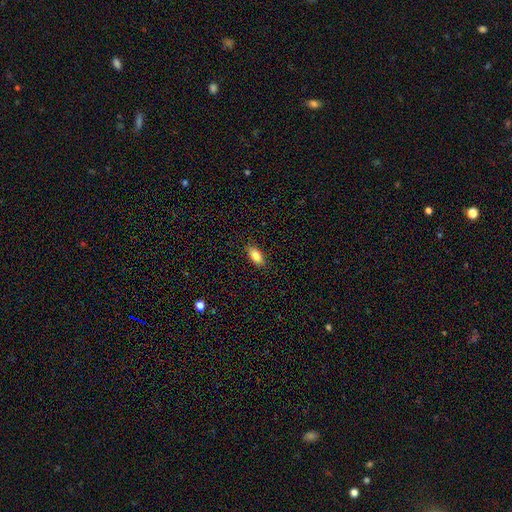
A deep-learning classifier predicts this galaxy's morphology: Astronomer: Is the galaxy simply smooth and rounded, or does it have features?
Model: smooth — 84%.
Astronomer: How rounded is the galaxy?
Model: in between — 90%.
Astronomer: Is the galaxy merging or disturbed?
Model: none — 89%.